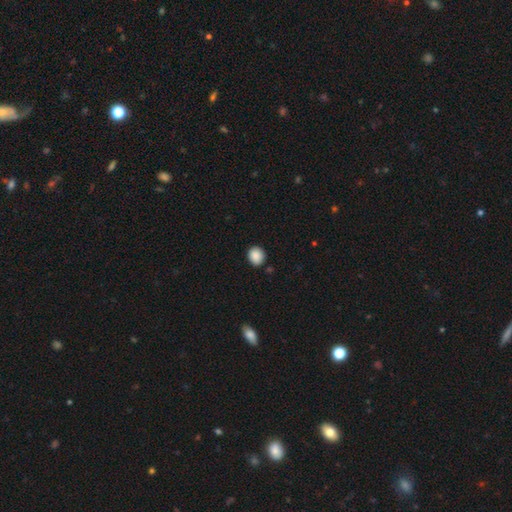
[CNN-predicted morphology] Smooth or featured? Predicted: smooth (p=0.89). How rounded? Predicted: round (p=0.79). Merging? Predicted: none (p=0.87).